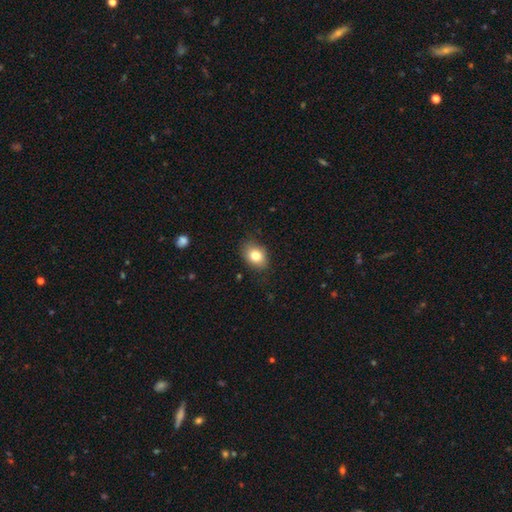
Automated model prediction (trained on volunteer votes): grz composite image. It shows a smooth galaxy with no disk features (80%) that is in between round and cigar-shaped (72%). Merging: none (83%).